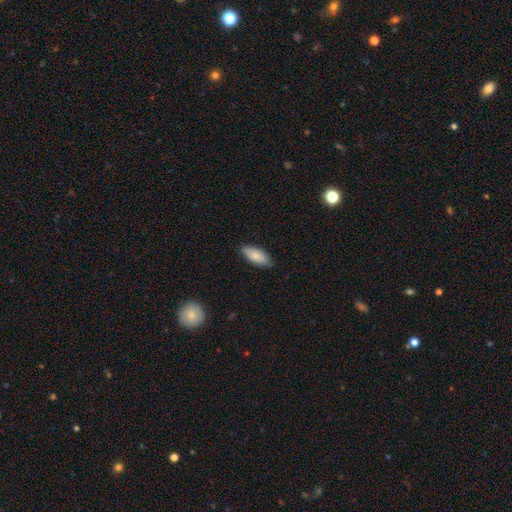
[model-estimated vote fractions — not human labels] The model was most divided on "how rounded": in between: 83%, cigar-shaped: 15%, round: 2%. More confident: smooth or featured — smooth (84%); merging — none (84%).